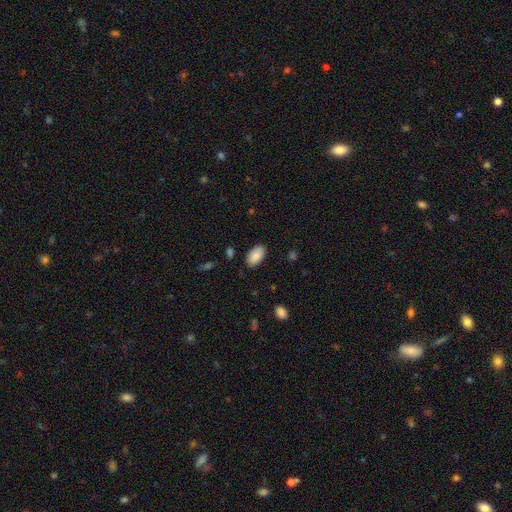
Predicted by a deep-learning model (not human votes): This appears to be a smooth galaxy with no disk features (86%) that is in between round and cigar-shaped (95%). Merging: none (85%).